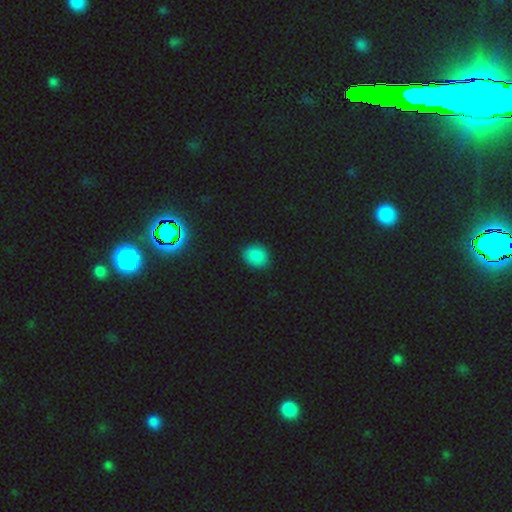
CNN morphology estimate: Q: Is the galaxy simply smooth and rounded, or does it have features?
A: smooth — 84%.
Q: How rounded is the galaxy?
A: round — 58%.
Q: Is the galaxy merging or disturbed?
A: none — 88%.